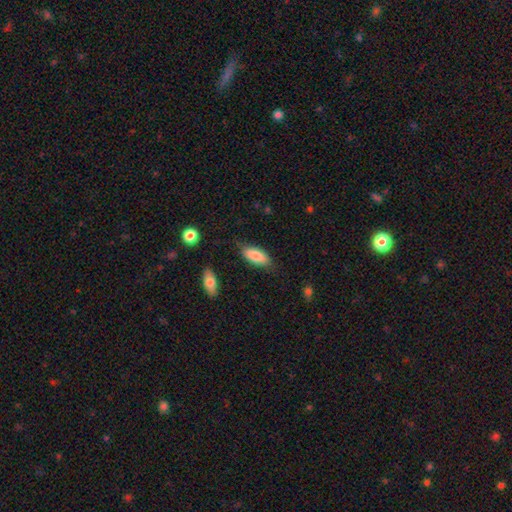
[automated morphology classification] smooth_or_featured: smooth (p=0.82) [alt: featured or disk p=0.11]
how_rounded: in between (p=0.82) [alt: cigar-shaped p=0.15]
merging: none (p=0.71) [alt: minor disturbance p=0.21]